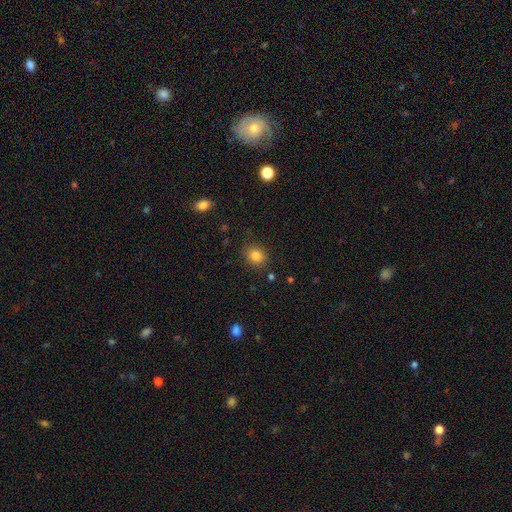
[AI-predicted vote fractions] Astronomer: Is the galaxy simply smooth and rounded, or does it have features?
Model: smooth — 83%.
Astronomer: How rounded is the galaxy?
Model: round — 71%.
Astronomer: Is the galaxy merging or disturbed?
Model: none — 84%.